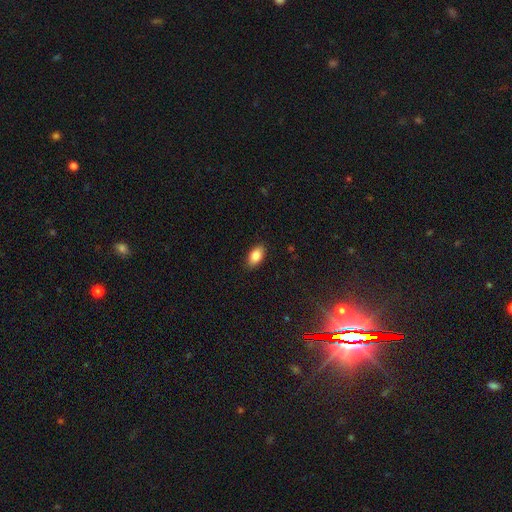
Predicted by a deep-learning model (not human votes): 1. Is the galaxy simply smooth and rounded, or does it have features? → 85% smooth, 7% featured or disk, 7% star or artifact.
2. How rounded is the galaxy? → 92% in between, 5% round, 3% cigar-shaped.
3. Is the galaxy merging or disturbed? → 88% none, 9% minor disturbance, 2% major disturbance, 1% merger.